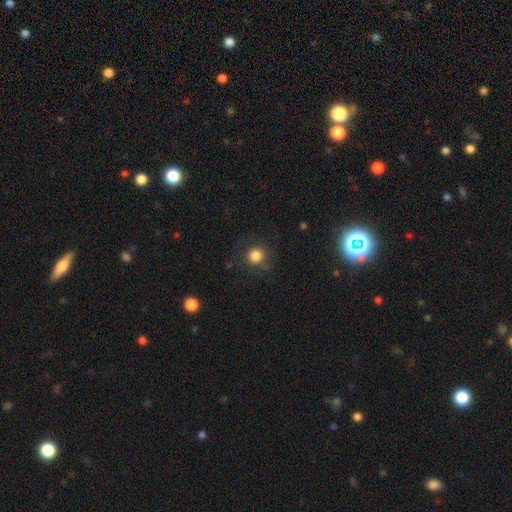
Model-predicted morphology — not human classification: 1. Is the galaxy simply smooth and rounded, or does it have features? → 83% smooth, 11% star or artifact, 6% featured or disk.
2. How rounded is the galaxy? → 90% round, 10% in between, 1% cigar-shaped.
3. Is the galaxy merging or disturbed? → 81% none, 12% minor disturbance, 6% major disturbance, 1% merger.